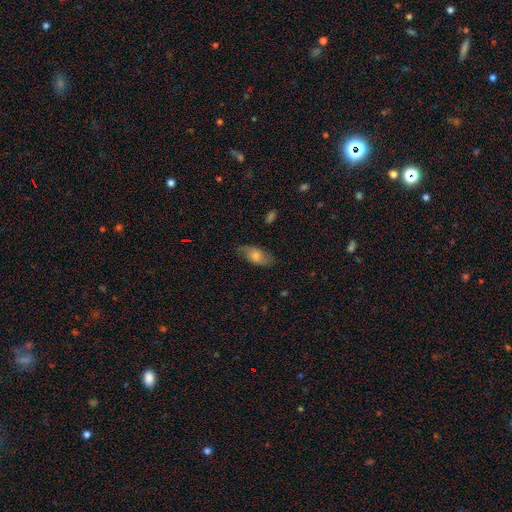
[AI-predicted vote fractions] Smooth or featured? Predicted: smooth (p=0.55). How rounded? Predicted: in between (p=0.88). Merging? Predicted: none (p=0.74).